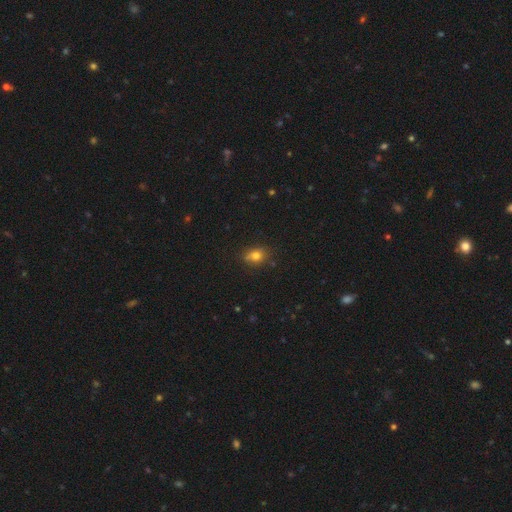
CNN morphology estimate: A smooth galaxy with no disk features (76%) that is in between round and cigar-shaped (56%). Merging: none (65%).